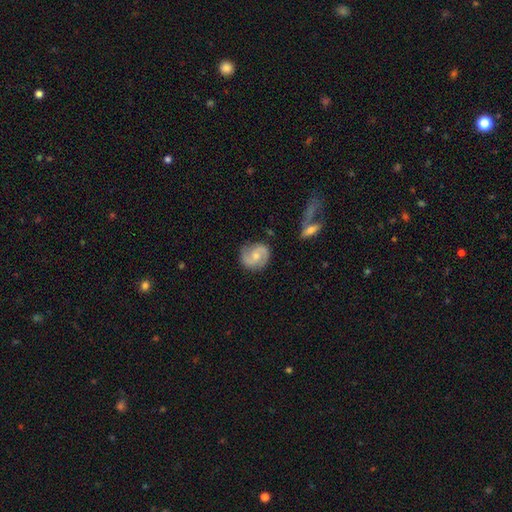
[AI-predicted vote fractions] featured or disk 75%, smooth 19%, star or artifact 6%. Down the decision tree: edge-on disk — no (98%); bar — no (53%); spiral arms — yes (95%); spiral arm count — 2 (91%); spiral winding — medium (53%); bulge size — moderate (51%); merging — none (81%).